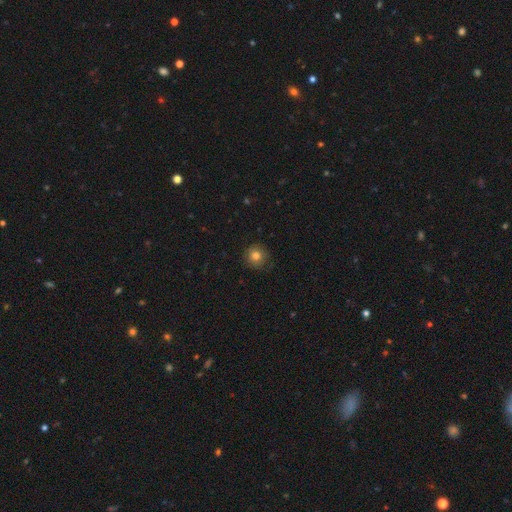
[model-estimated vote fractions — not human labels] A smooth galaxy with no disk features (81%) that is round (94%). Merging: none (85%).